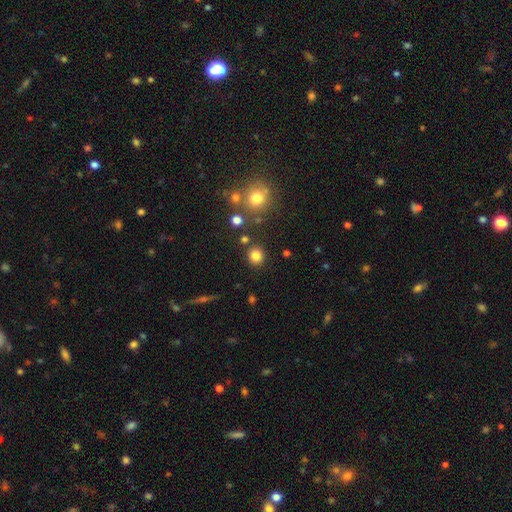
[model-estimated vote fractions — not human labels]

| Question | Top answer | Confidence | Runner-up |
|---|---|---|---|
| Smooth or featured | smooth | 82% | star or artifact (13%) |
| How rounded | round | 90% | in between (9%) |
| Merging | none | 87% | minor disturbance (6%) |